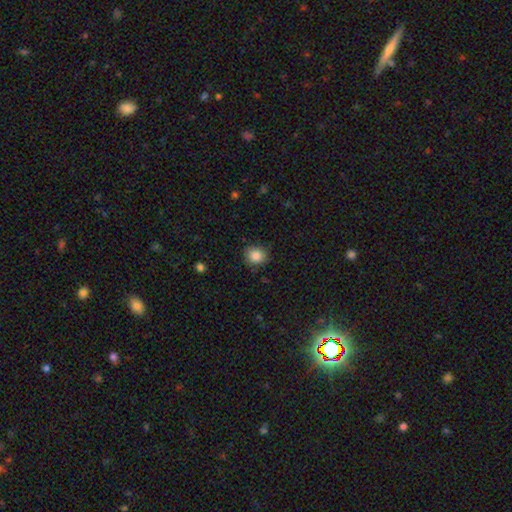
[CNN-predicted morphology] The model was most divided on "how rounded": round: 75%, in between: 24%, cigar-shaped: 1%. More confident: smooth or featured — smooth (86%); merging — none (83%).